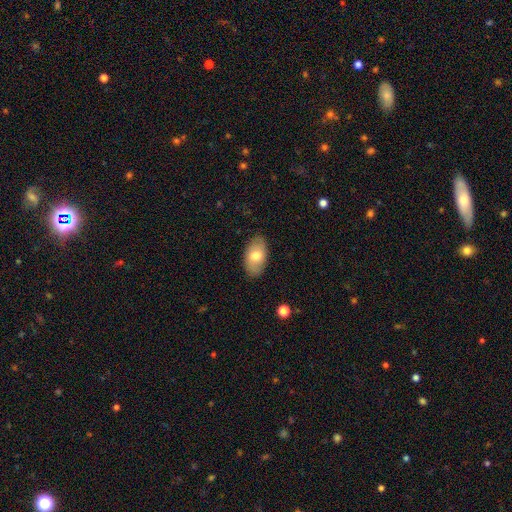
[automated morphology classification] This appears to be a smooth galaxy with no disk features (73%) that is in between round and cigar-shaped (94%). Merging: none (84%).